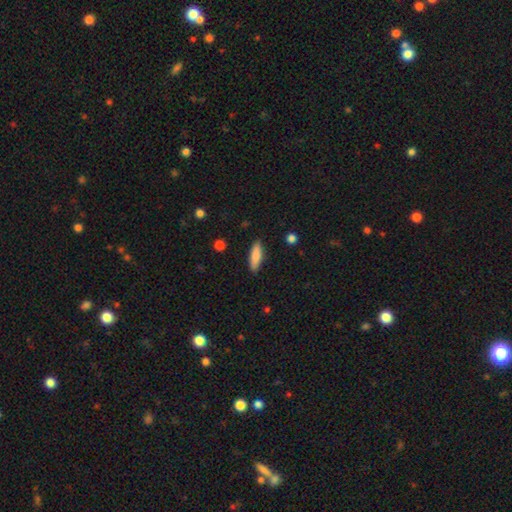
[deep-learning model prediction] This is clearly a smooth galaxy (83%). How rounded: possibly cigar-shaped (59%). Merging: clearly none (88%).